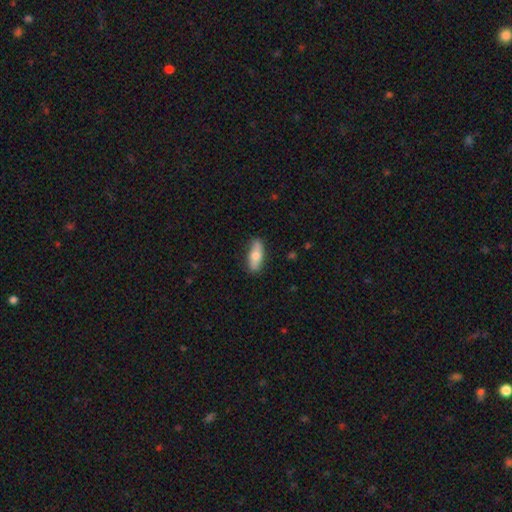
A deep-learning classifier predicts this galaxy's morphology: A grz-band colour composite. It shows a smooth galaxy with no disk features (67%) that is in between round and cigar-shaped (69%). Merging: none (81%).